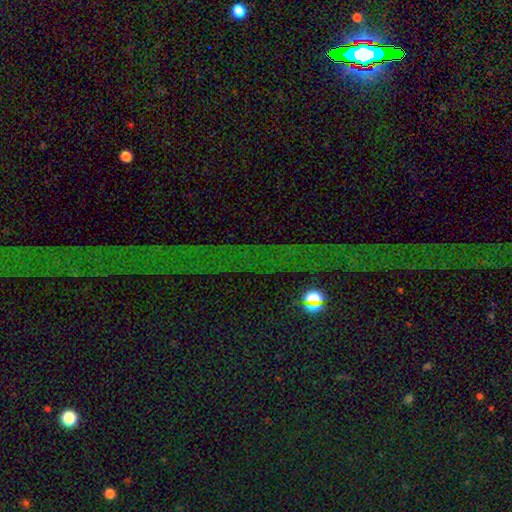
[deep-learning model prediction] Smooth or featured?
  - star or artifact: 81% *
  - featured or disk: 10%
  - smooth: 9%